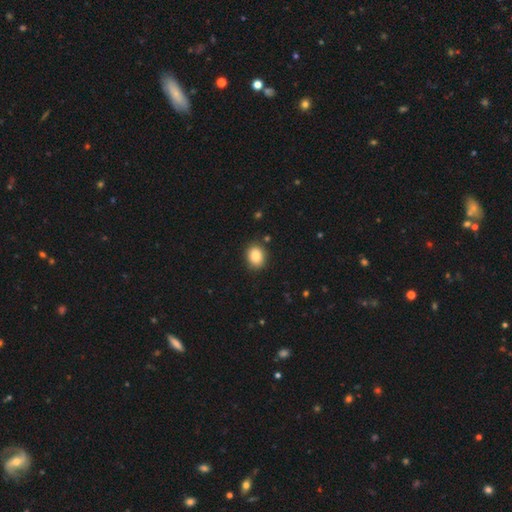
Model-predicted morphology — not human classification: This is clearly a smooth galaxy (86%). How rounded: possibly in between (53%). Merging: clearly none (86%).